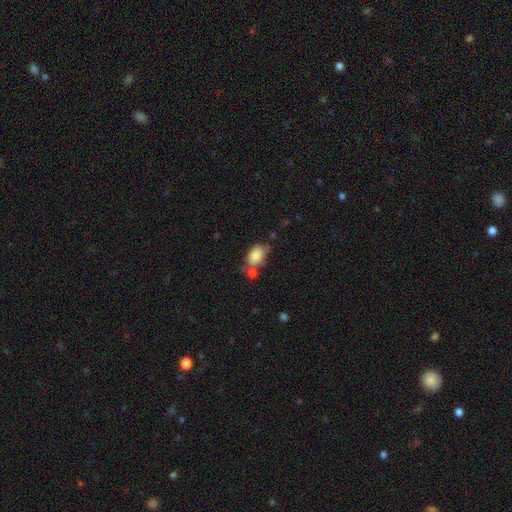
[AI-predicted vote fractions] Morphology: type=smooth (84%); roundness=in between (86%); merging=none (52%).